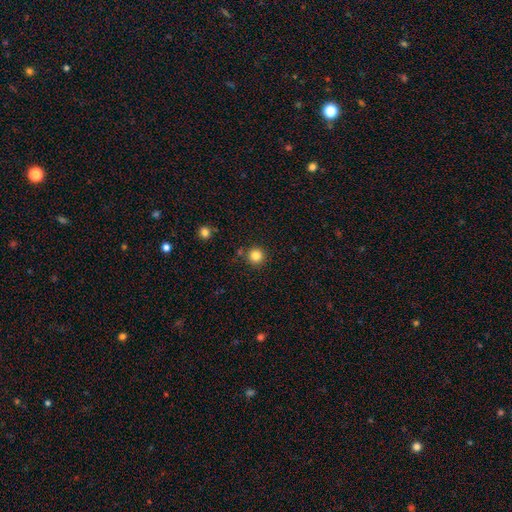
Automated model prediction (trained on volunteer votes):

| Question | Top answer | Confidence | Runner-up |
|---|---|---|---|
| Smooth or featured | smooth | 84% | star or artifact (12%) |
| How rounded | round | 96% | in between (3%) |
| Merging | none | 87% | minor disturbance (6%) |